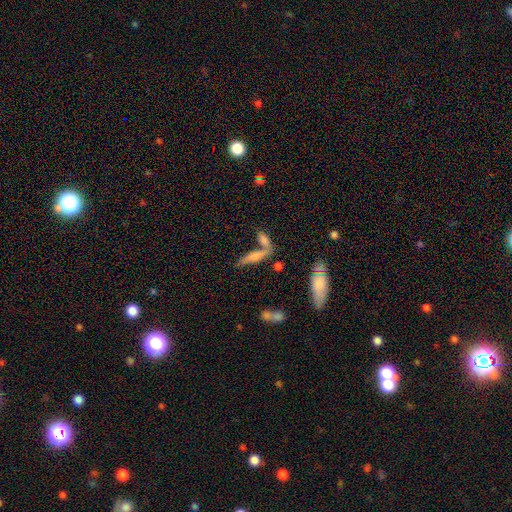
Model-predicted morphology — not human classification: A smooth galaxy with no disk features (58%) that is cigar-shaped (69%). Merging: none (42%).